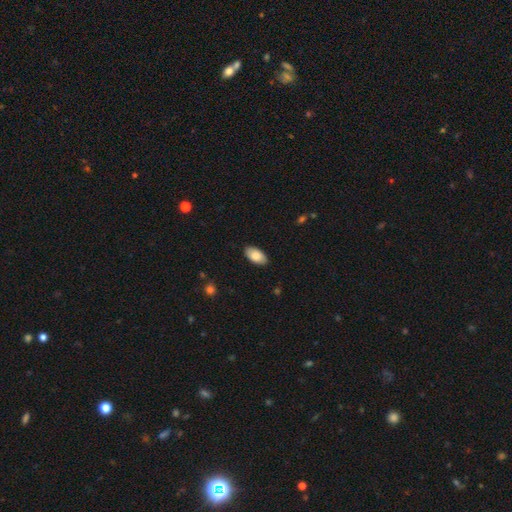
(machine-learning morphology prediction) smooth 85%, featured or disk 9%, star or artifact 6%. Down the decision tree: how rounded — in between (95%); merging — none (87%).